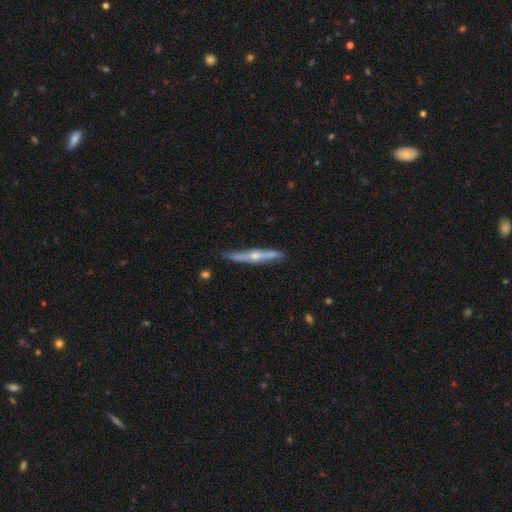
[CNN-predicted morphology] A featured or disk galaxy (70%) viewed edge-on (93%) with a rounded central bulge (85%).

Vote fractions:
- Smooth or featured? featured or disk: 70% / smooth: 25% / star or artifact: 5%
- Edge-on disk? yes: 93% / no: 7%
- Edge-on bulge? rounded: 85% / none: 12% / boxy: 3%
- Merging? none: 78% / minor disturbance: 18% / major disturbance: 3% / merger: 2%